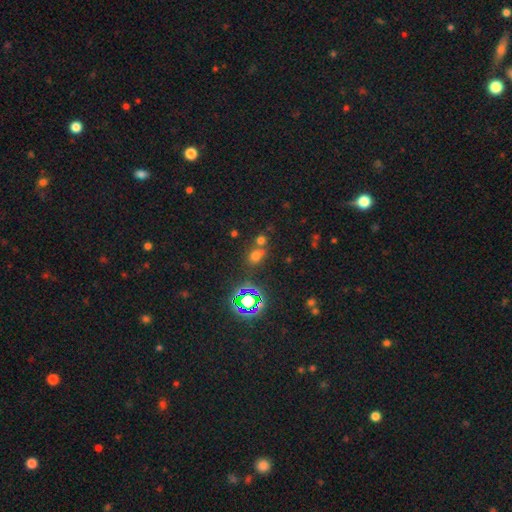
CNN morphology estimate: A smooth galaxy with no disk features (53%) that is round (59%).

Vote fractions:
- Smooth or featured? smooth: 53% / star or artifact: 38% / featured or disk: 10%
- How rounded? round: 59% / in between: 39% / cigar-shaped: 2%
- Merging? none: 52% / merger: 34% / minor disturbance: 9% / major disturbance: 4%